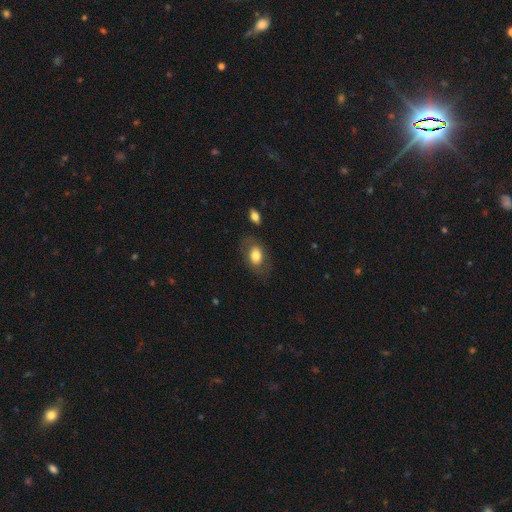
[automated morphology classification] Smooth or featured? Predicted: smooth (p=0.75). How rounded? Predicted: in between (p=0.81). Merging? Predicted: none (p=0.72).